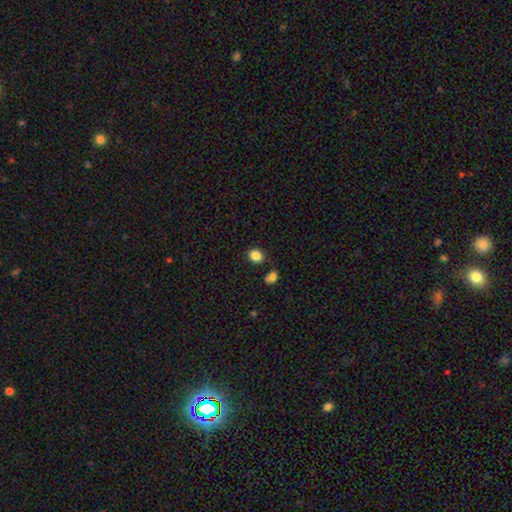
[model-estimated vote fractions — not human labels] The model was most divided on "how rounded": round: 63%, in between: 36%, cigar-shaped: 1%. More confident: smooth or featured — smooth (86%); merging — none (80%).